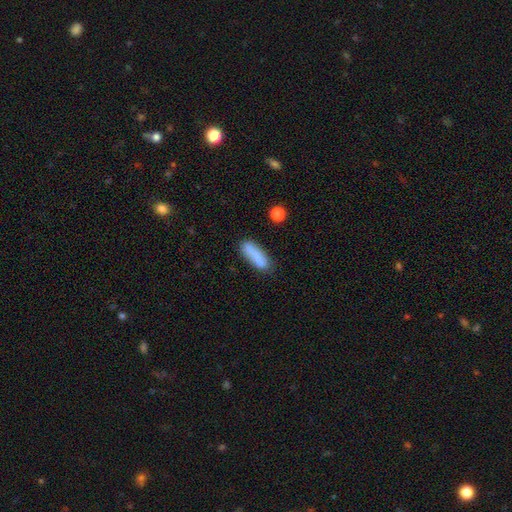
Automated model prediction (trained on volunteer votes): Smooth or featured: smooth — 83% (featured or disk — 9%)
How rounded: cigar-shaped — 58% (in between — 40%)
Merging: none — 72% (minor disturbance — 19%)